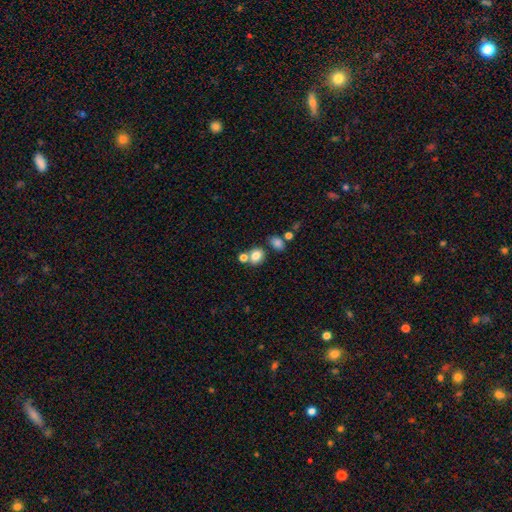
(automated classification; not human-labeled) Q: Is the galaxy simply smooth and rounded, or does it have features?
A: smooth — 79%.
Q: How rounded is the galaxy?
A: round — 58%.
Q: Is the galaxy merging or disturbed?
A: none — 55%.